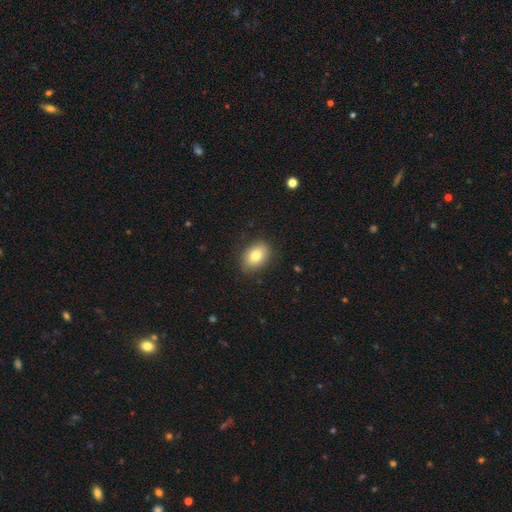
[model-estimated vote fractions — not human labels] Smooth or featured?
  - smooth: 81% *
  - featured or disk: 11%
  - star or artifact: 8%
How rounded?
  - in between: 79% *
  - round: 20%
  - cigar-shaped: 1%
Merging?
  - none: 87% *
  - minor disturbance: 10%
  - major disturbance: 3%
  - merger: 1%